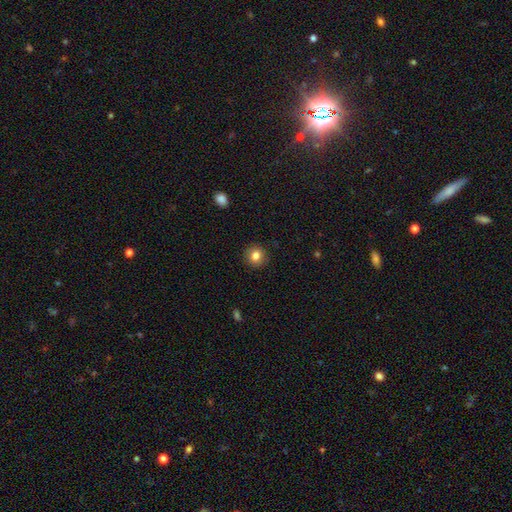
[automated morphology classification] A smooth galaxy with no disk features (83%) that is round (91%). Merging: none (91%).